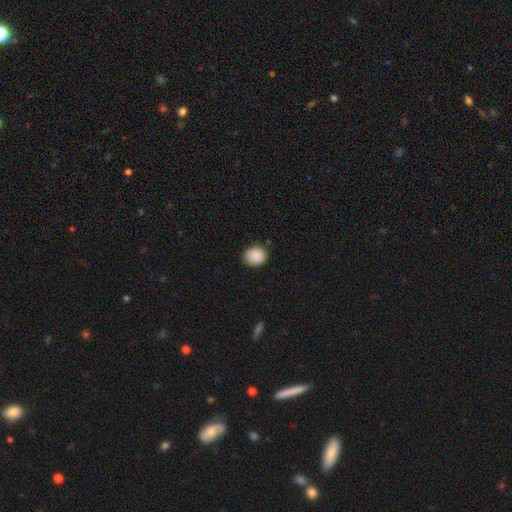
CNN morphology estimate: Smooth or featured? smooth (88%)
How rounded? round (61%)
Merging? none (73%)